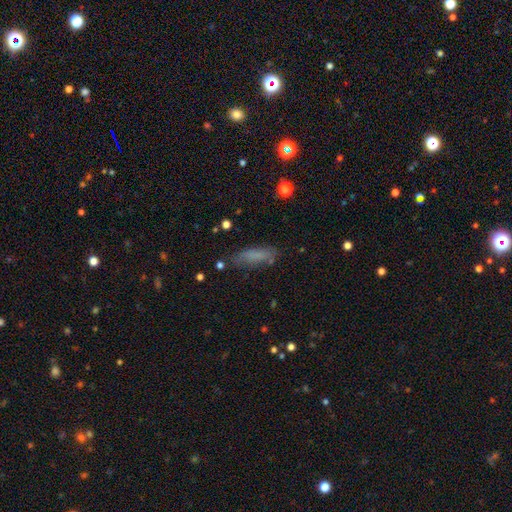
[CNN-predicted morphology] A smooth galaxy with no disk features (72%) that is cigar-shaped (58%).

Vote fractions:
- Smooth or featured? smooth: 72% / featured or disk: 17% / star or artifact: 11%
- How rounded? cigar-shaped: 58% / in between: 40% / round: 2%
- Merging? none: 71% / minor disturbance: 19% / major disturbance: 7% / merger: 3%